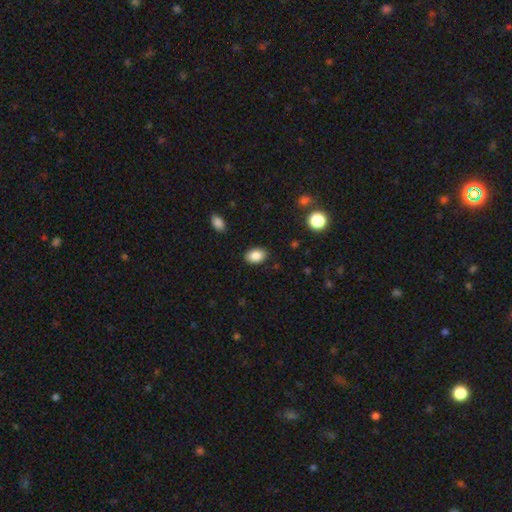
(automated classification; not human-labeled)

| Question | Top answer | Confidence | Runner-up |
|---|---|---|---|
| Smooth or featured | smooth | 87% | star or artifact (8%) |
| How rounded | in between | 84% | round (15%) |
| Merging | none | 87% | minor disturbance (9%) |